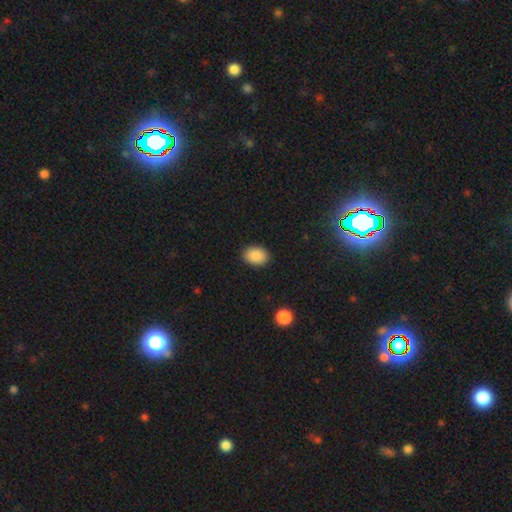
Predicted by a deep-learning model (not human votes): Smooth or featured? smooth (90%)
How rounded? in between (74%)
Merging? none (90%)